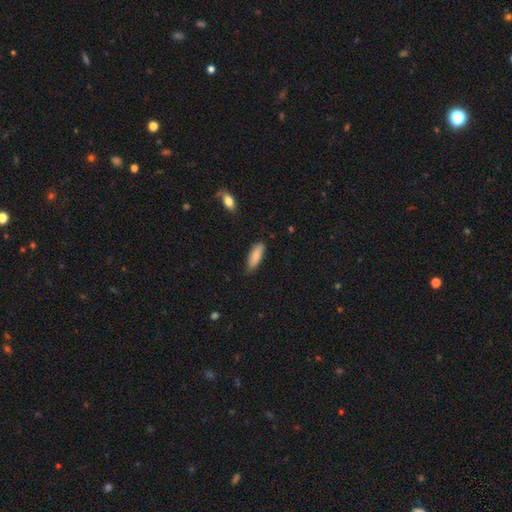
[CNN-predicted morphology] A smooth galaxy with no disk features (84%) that is in between round and cigar-shaped (60%). Merging: none (80%).